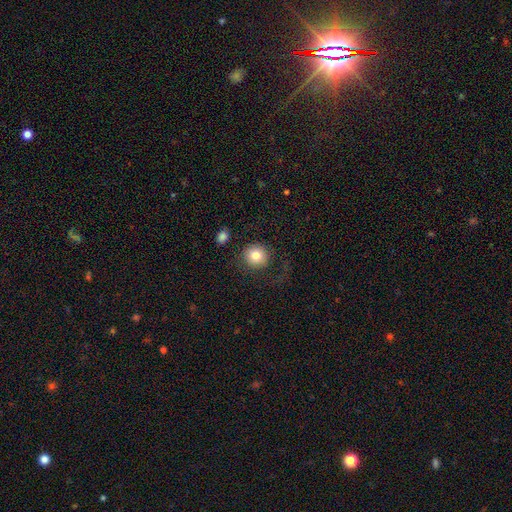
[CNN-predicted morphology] A smooth galaxy with no disk features (79%) that is round (92%).

Vote fractions:
- Smooth or featured? smooth: 79% / featured or disk: 11% / star or artifact: 10%
- How rounded? round: 92% / in between: 7% / cigar-shaped: 1%
- Merging? none: 75% / major disturbance: 11% / minor disturbance: 11% / merger: 3%